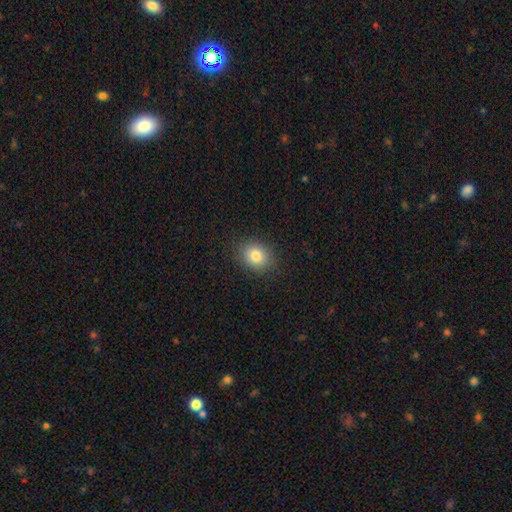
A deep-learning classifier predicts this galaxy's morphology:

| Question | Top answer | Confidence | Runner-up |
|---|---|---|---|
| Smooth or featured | smooth | 82% | star or artifact (11%) |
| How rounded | round | 57% | in between (42%) |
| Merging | none | 87% | minor disturbance (9%) |